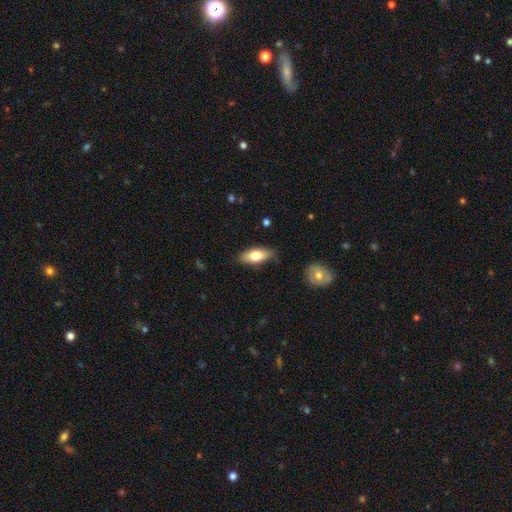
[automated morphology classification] Smooth or featured? smooth (76%)
How rounded? in between (81%)
Merging? none (82%)